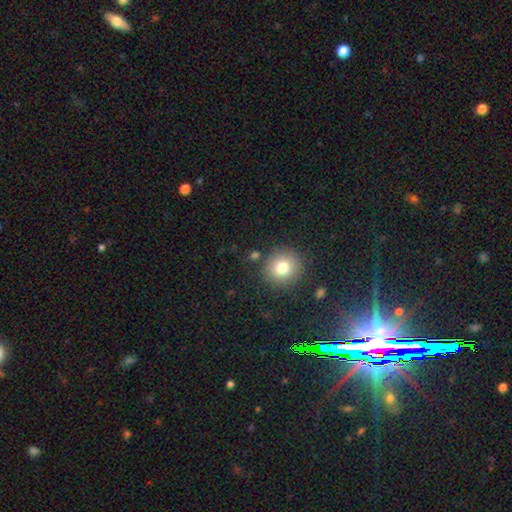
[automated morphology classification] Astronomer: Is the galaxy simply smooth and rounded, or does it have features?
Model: smooth — 72%.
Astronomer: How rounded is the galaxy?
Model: round — 91%.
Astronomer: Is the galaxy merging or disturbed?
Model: none — 86%.